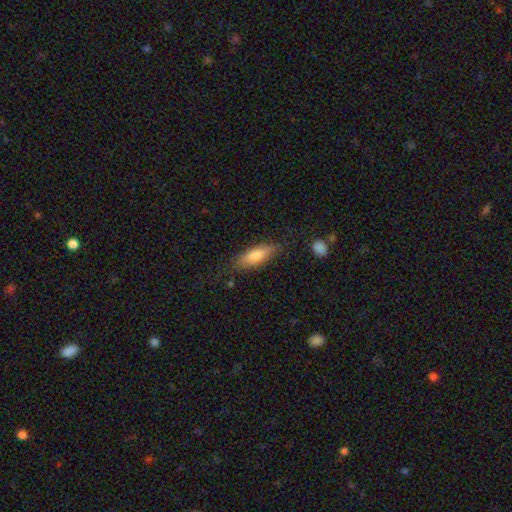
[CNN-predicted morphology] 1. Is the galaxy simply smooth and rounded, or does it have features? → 72% smooth, 22% featured or disk, 6% star or artifact.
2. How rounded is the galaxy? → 51% in between, 47% cigar-shaped, 2% round.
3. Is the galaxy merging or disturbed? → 78% none, 16% minor disturbance, 4% major disturbance, 2% merger.